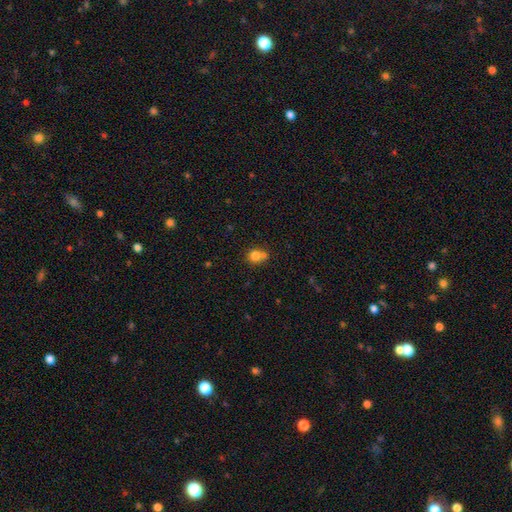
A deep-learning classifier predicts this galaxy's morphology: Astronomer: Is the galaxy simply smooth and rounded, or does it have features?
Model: smooth — 79%.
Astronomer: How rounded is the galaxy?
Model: round — 79%.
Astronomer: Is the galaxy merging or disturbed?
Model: none — 47% (runner-up: merger, 37%).